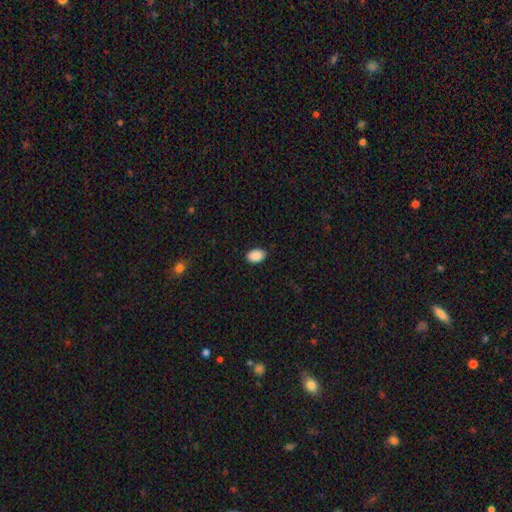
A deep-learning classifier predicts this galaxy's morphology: smooth-or-featured: smooth: 90% | star or artifact: 7% | featured or disk: 3%
  how-rounded: in between: 86% | round: 13% | cigar-shaped: 1%
  merging: none: 86% | minor disturbance: 11% | major disturbance: 2% | merger: 1%